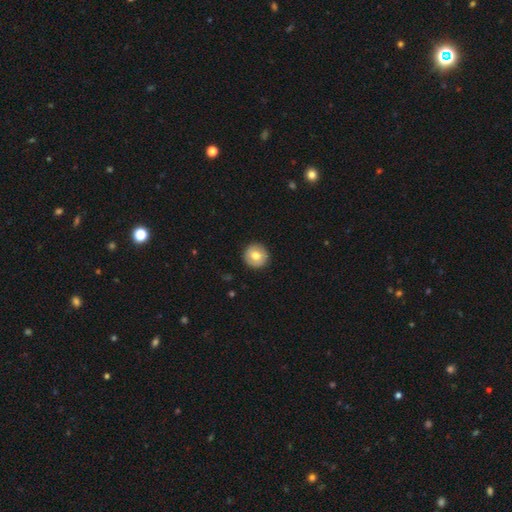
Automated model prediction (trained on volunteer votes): smooth-or-featured: smooth: 70% | featured or disk: 22% | star or artifact: 7%
  how-rounded: round: 95% | in between: 4% | cigar-shaped: 1%
  merging: none: 91% | minor disturbance: 6% | major disturbance: 2% | merger: 1%